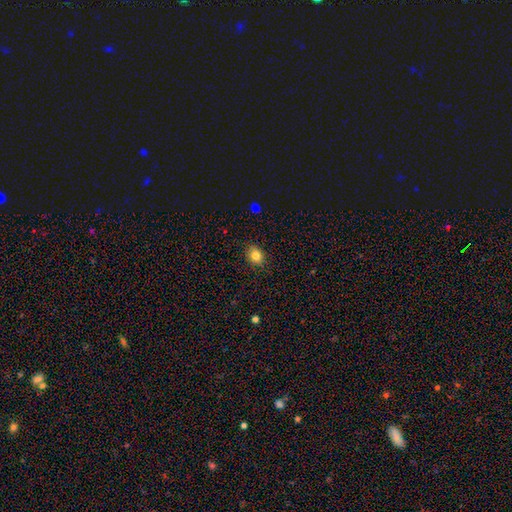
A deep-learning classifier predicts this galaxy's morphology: A smooth galaxy with no disk features (82%) that is in between round and cigar-shaped (62%).

Vote fractions:
- Smooth or featured? smooth: 82% / star or artifact: 11% / featured or disk: 8%
- How rounded? in between: 62% / round: 37% / cigar-shaped: 1%
- Merging? none: 87% / minor disturbance: 10% / major disturbance: 2% / merger: 1%